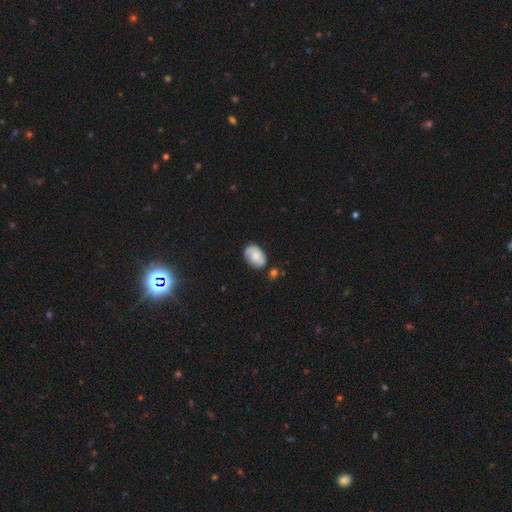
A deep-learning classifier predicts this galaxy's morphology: smooth_or_featured: smooth (p=0.69) [alt: featured or disk p=0.23]
how_rounded: in between (p=0.87) [alt: round p=0.12]
merging: none (p=0.66) [alt: minor disturbance p=0.23]